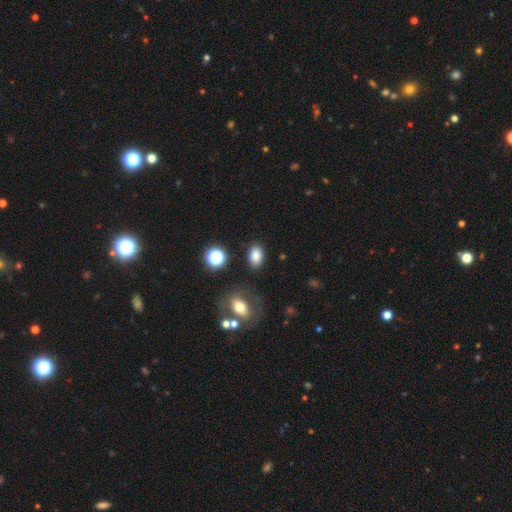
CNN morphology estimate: The model was most divided on "how rounded": in between: 83%, round: 15%, cigar-shaped: 1%. More confident: smooth or featured — smooth (82%); merging — none (82%).